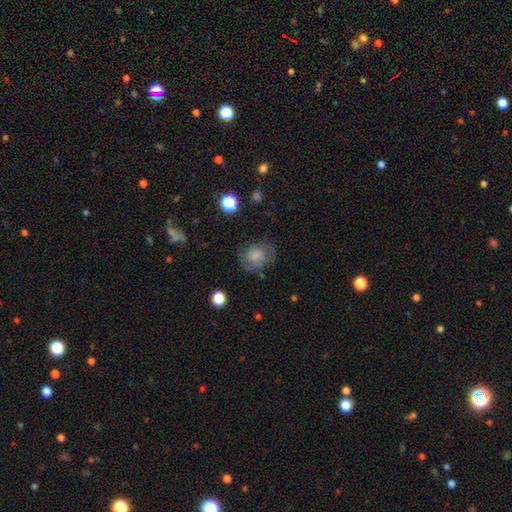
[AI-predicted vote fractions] The model was most divided on "how rounded": round: 58%, in between: 41%, cigar-shaped: 1%. More confident: merging — none (65%); smooth or featured — smooth (63%).